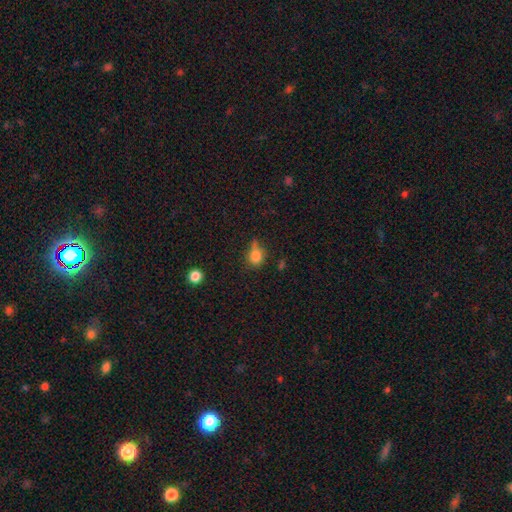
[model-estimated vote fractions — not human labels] This is clearly a smooth galaxy (81%). How rounded: possibly round (58%). Merging: possibly none (55%).